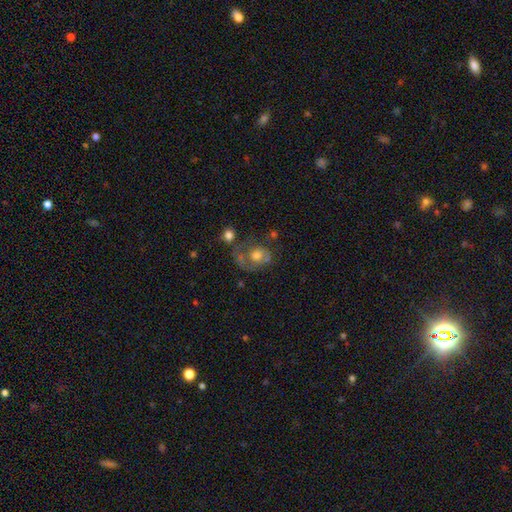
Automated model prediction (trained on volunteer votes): This appears to be a featured or disk galaxy (49%). Merging: none (39%).